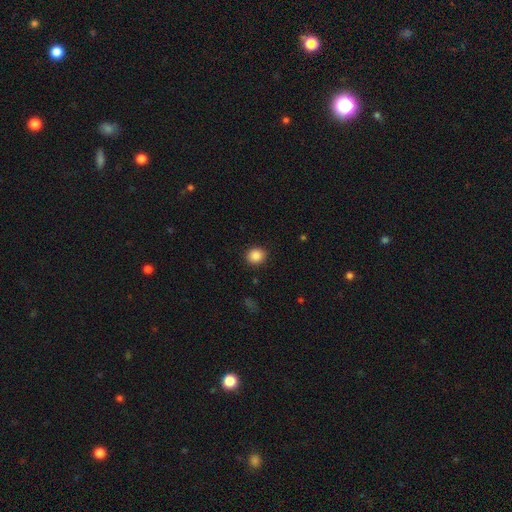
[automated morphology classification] Overall: smooth (88%). How rounded: round (81%). Merging: none (90%).